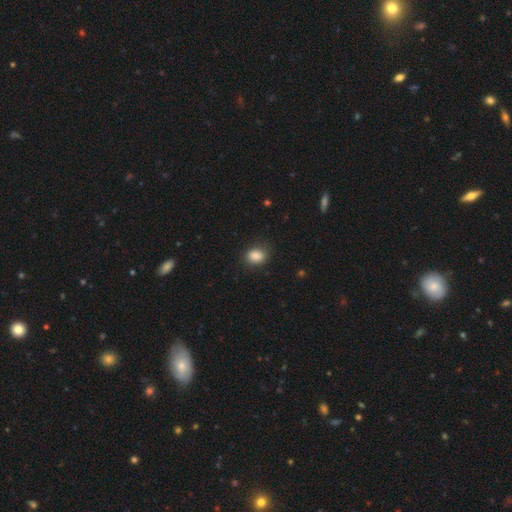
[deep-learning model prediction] Morphology: type=smooth (86%); roundness=in between (54%); merging=none (79%).